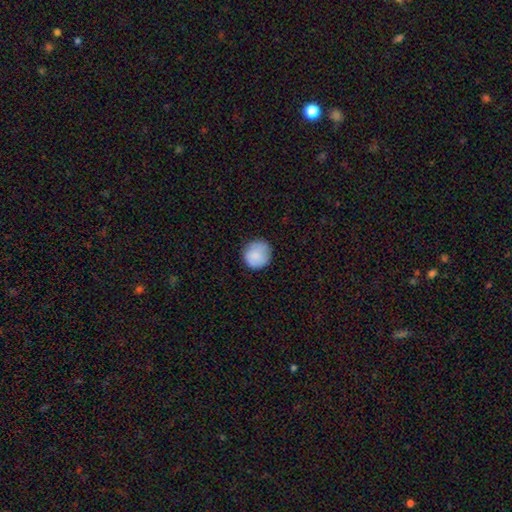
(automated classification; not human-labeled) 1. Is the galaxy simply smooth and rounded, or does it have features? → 86% smooth, 7% star or artifact, 7% featured or disk.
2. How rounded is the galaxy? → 91% round, 8% in between, 1% cigar-shaped.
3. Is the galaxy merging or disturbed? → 80% none, 15% minor disturbance, 3% major disturbance, 1% merger.